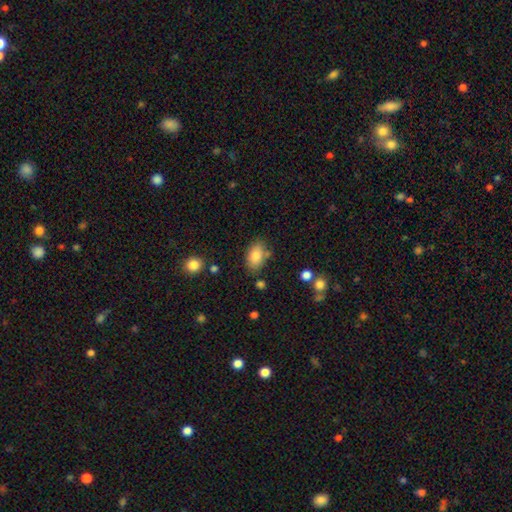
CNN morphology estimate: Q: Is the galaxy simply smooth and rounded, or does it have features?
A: smooth — 83%.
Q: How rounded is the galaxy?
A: in between — 90%.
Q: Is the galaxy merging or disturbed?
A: none — 74%.